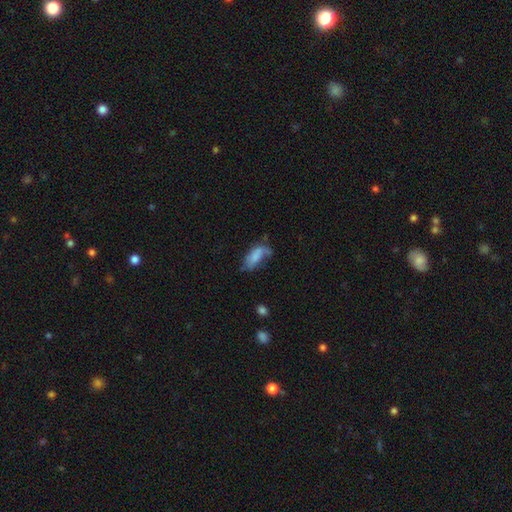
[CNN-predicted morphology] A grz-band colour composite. It shows a smooth galaxy with no disk features (63%) that is in between round and cigar-shaped (86%). Merging: none (34%).